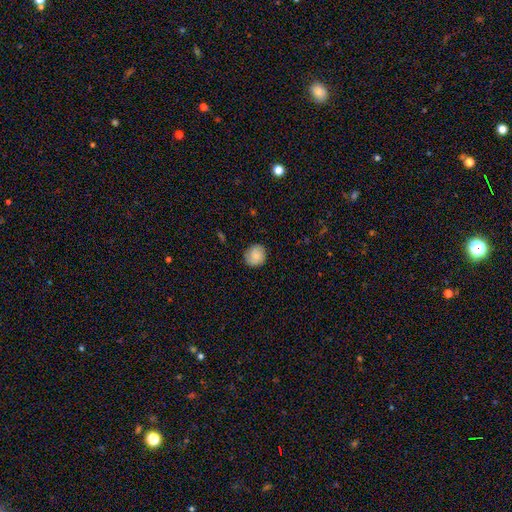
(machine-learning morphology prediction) Smooth or featured? Predicted: smooth (p=0.75). How rounded? Predicted: round (p=0.87). Merging? Predicted: none (p=0.83).